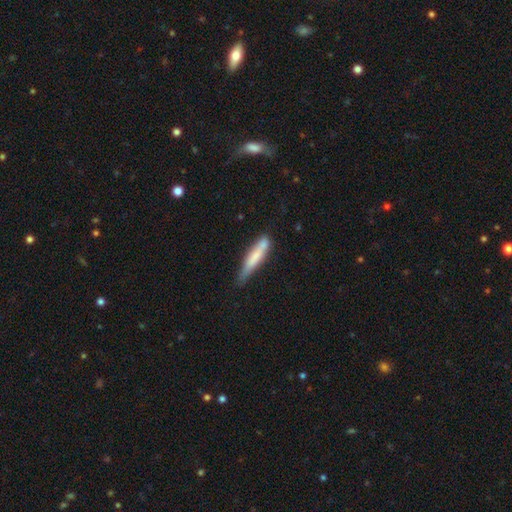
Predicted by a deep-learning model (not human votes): Smooth or featured? Predicted: smooth (p=0.67). How rounded? Predicted: cigar-shaped (p=0.87). Merging? Predicted: none (p=0.51).